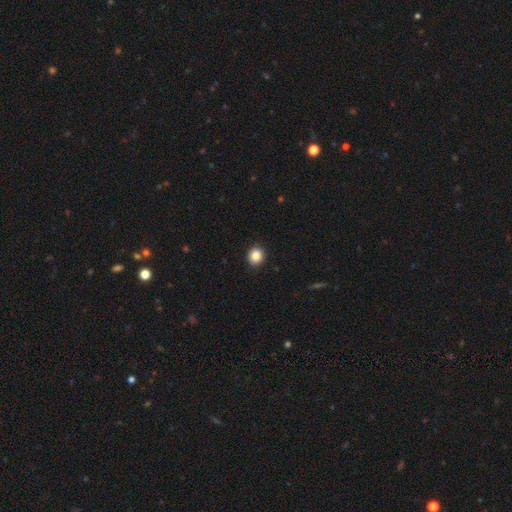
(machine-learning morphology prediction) Q: Smooth or featured?
A: smooth (86%); runner-up: star or artifact (10%)
Q: How rounded?
A: round (82%); runner-up: in between (17%)
Q: Merging?
A: none (91%); runner-up: minor disturbance (6%)